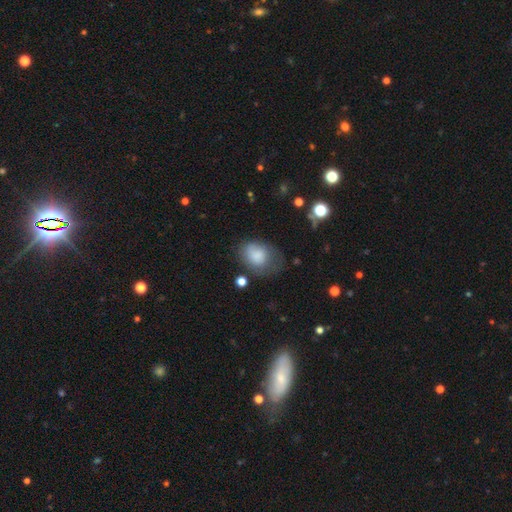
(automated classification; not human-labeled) Overall: smooth (79%). How rounded: in between (65%; round 34%). Merging: none (44%; minor disturbance 31%).